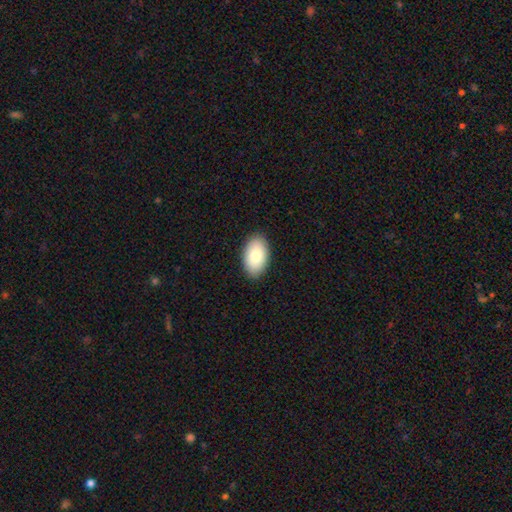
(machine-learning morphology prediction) This appears to be a smooth galaxy with no disk features (81%) that is in between round and cigar-shaped (94%). Merging: none (89%).